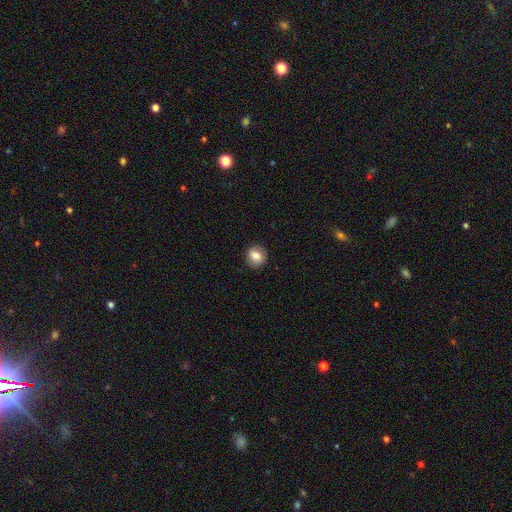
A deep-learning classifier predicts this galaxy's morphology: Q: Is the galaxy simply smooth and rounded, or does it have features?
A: smooth — 80%.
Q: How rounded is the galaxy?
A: round — 81%.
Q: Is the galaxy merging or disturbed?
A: none — 88%.